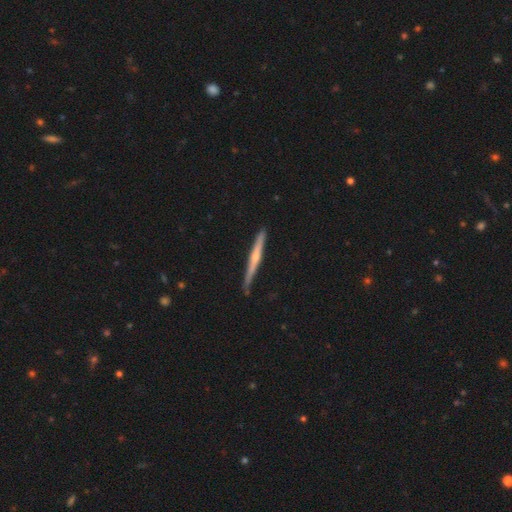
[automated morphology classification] Smooth or featured? Predicted: featured or disk (p=0.73). Edge-on disk? Predicted: yes (p=0.98). Edge-on bulge? Predicted: rounded (p=0.73). Merging? Predicted: none (p=0.86).